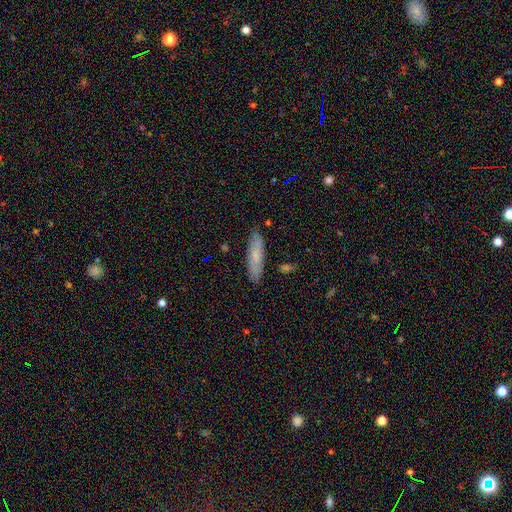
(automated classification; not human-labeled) Smooth or featured: smooth — 67% (featured or disk — 26%)
How rounded: cigar-shaped — 66% (in between — 32%)
Merging: none — 86% (minor disturbance — 11%)